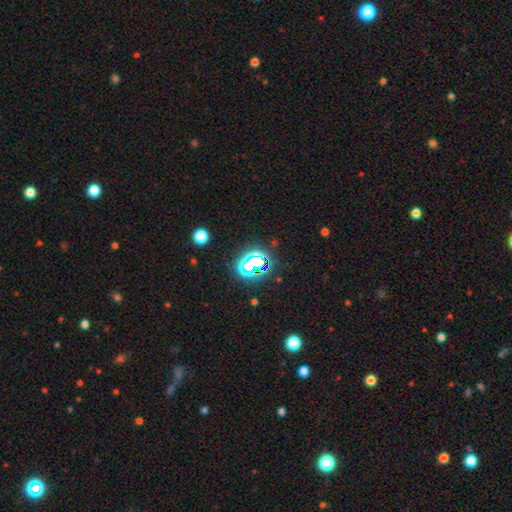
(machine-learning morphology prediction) A star or artifact, not a galaxy (67%).